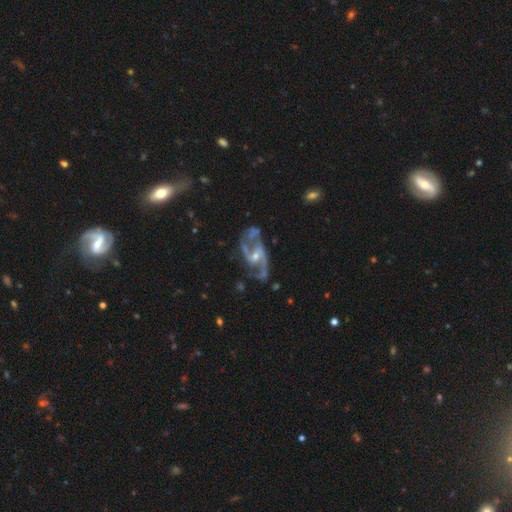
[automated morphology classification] smooth-or-featured: featured or disk: 90% | star or artifact: 6% | smooth: 5%
  disk-edge-on: no: 97% | yes: 3%
    bar: weak: 45% | no: 32% | strong: 23%
    has-spiral-arms: yes: 96% | no: 4%
      spiral-winding: medium: 45% (tied) | loose: 45% (tied) | tight: 10%
      spiral-arm-count: 2: 86% | 3: 5% | can't tell: 4% | 1: 2% | 4: 2% | more than 4: 2%
    bulge-size: small: 52% | moderate: 42% | none: 3% | large: 2% | dominant: 1%
  merging: none: 59% | minor disturbance: 20% | major disturbance: 17% | merger: 5%